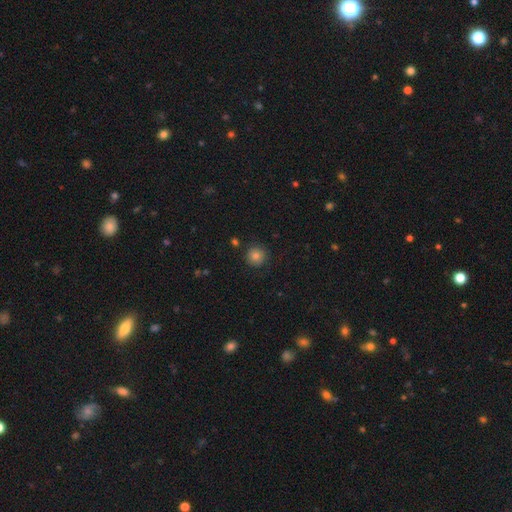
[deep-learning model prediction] Q: Smooth or featured?
A: smooth (82%); runner-up: star or artifact (12%)
Q: How rounded?
A: round (94%); runner-up: in between (5%)
Q: Merging?
A: none (87%); runner-up: minor disturbance (9%)